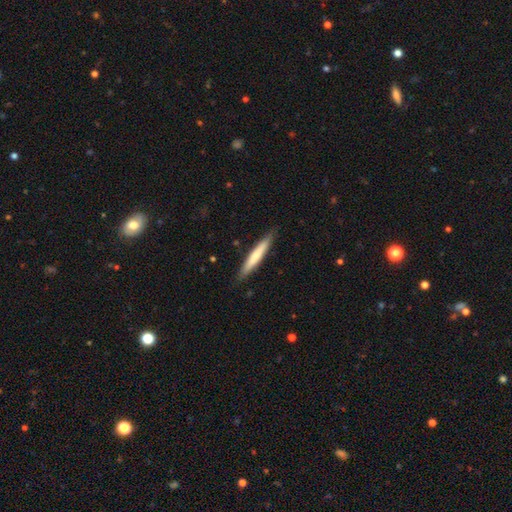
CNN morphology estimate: This is likely a smooth galaxy (62%). How rounded: clearly cigar-shaped (94%). Merging: clearly none (88%).